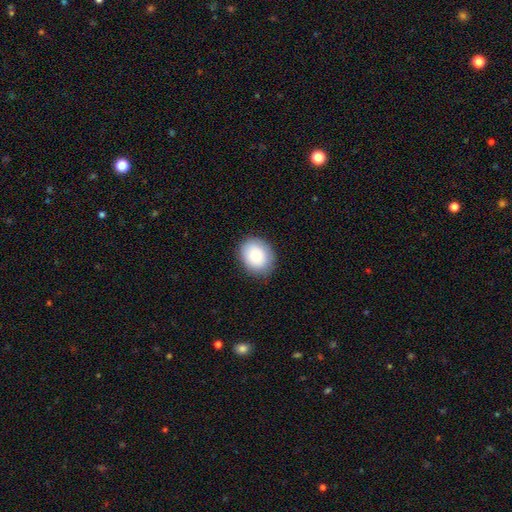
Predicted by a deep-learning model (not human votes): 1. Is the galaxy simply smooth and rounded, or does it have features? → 78% smooth, 13% featured or disk, 9% star or artifact.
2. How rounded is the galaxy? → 52% round, 47% in between, 1% cigar-shaped.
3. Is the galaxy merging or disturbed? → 85% none, 12% minor disturbance, 3% major disturbance, 1% merger.